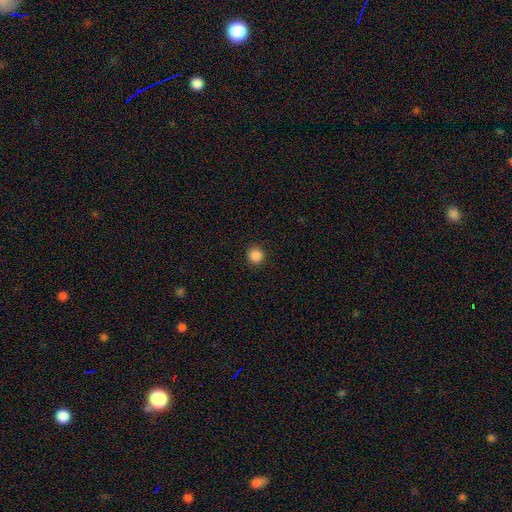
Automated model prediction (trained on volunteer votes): The model was most divided on "smooth or featured": smooth: 87%, star or artifact: 10%, featured or disk: 2%. More confident: how rounded — round (94%); merging — none (92%).